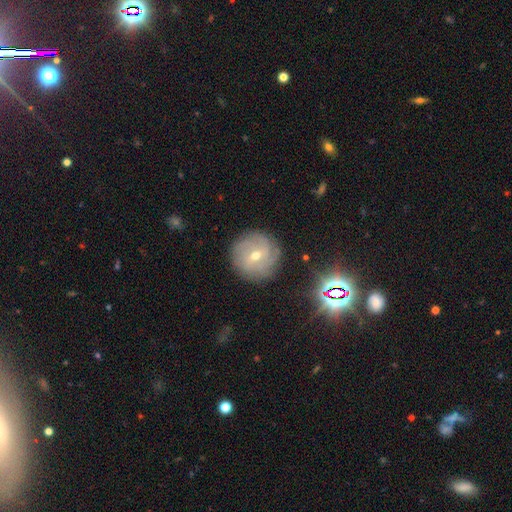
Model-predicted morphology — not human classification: Smooth or featured? featured or disk (69%)
Edge-on disk? no (96%)
Bar? weak (46%)
Spiral arms? yes (88%)
Spiral winding? tight (61%)
Spiral arm count? can't tell (37%)
Bulge size? small (50%)
Merging? none (84%)